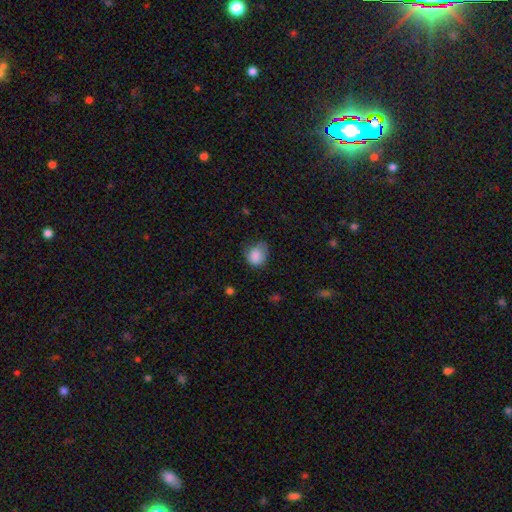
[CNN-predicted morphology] smooth_or_featured: smooth (p=0.83) [alt: star or artifact p=0.08]
how_rounded: round (p=0.53) [alt: in between p=0.46]
merging: none (p=0.43) [alt: minor disturbance p=0.38]